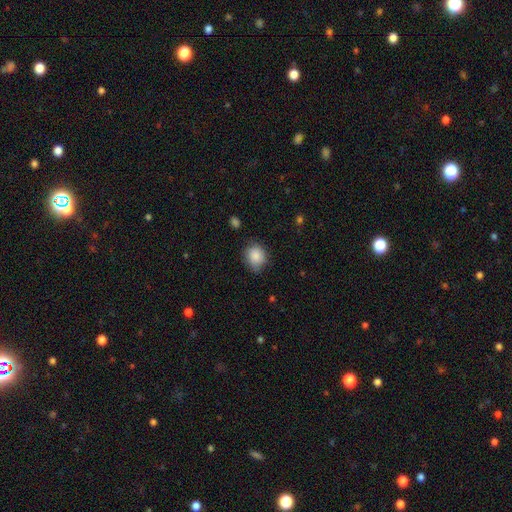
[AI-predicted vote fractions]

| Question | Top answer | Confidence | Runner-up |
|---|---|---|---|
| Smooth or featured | smooth | 87% | star or artifact (8%) |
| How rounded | round | 67% | in between (32%) |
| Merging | none | 71% | minor disturbance (23%) |